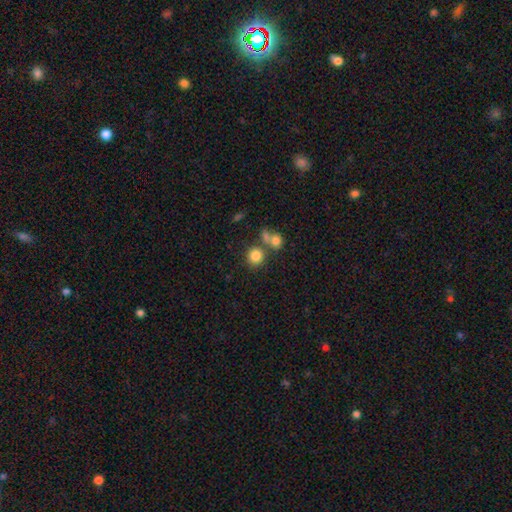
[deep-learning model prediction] Smooth or featured: smooth — 81% (star or artifact — 11%)
How rounded: round — 87% (in between — 12%)
Merging: none — 65% (merger — 22%)